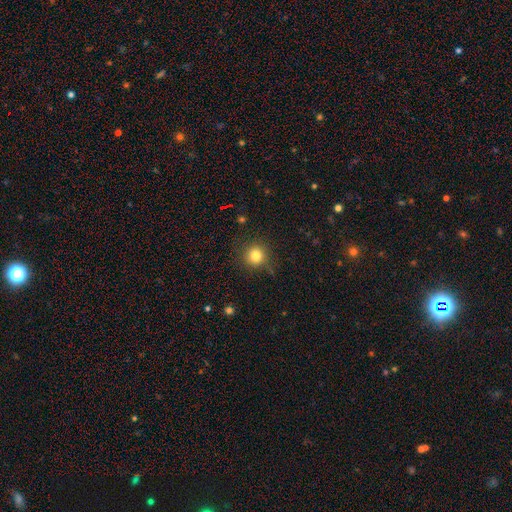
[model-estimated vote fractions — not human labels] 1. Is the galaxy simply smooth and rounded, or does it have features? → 81% smooth, 13% star or artifact, 6% featured or disk.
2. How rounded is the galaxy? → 93% round, 6% in between, 1% cigar-shaped.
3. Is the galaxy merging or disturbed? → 85% none, 10% minor disturbance, 3% major disturbance, 2% merger.